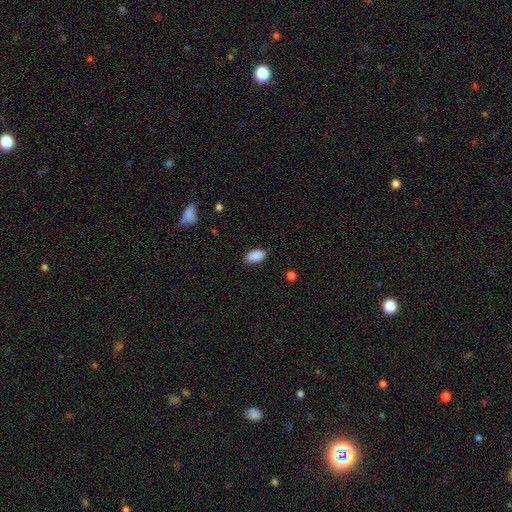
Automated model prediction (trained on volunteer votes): smooth_or_featured: smooth (p=0.90) [alt: star or artifact p=0.07]
how_rounded: in between (p=0.94) [alt: round p=0.03]
merging: none (p=0.85) [alt: minor disturbance p=0.12]